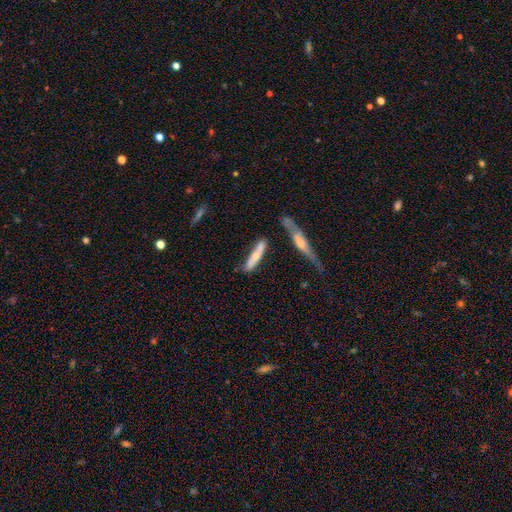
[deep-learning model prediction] A smooth galaxy with no disk features (55%) that is cigar-shaped (84%). Merging: none (60%).